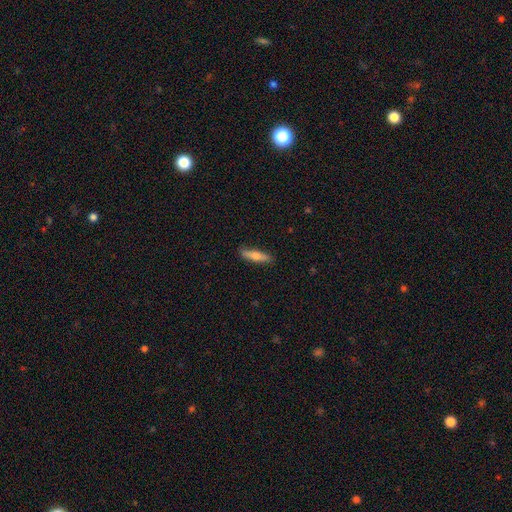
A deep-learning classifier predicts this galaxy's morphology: This is likely a smooth galaxy (60%). How rounded: likely cigar-shaped (77%). Merging: clearly none (85%).